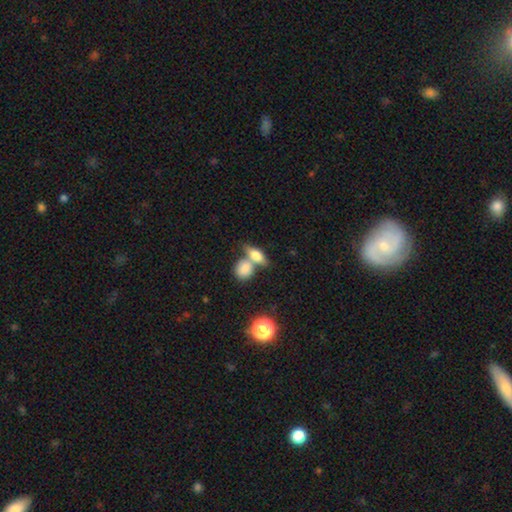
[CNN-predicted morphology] This is likely a smooth galaxy (65%). How rounded: likely in between (61%). Merging: marginally merger (43%, tied with none).